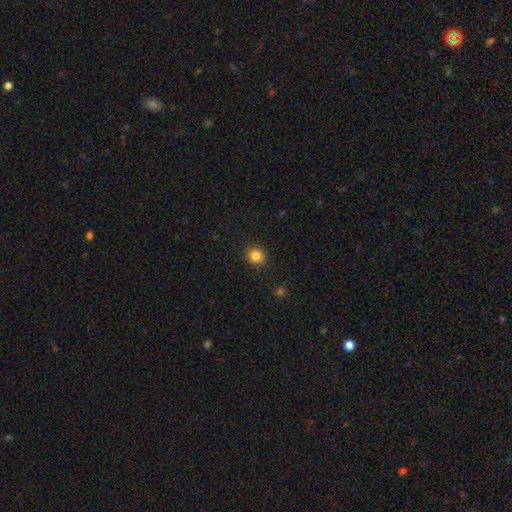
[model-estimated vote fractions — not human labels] Q: Smooth or featured?
A: smooth (84%); runner-up: star or artifact (11%)
Q: How rounded?
A: round (84%); runner-up: in between (15%)
Q: Merging?
A: none (89%); runner-up: minor disturbance (8%)